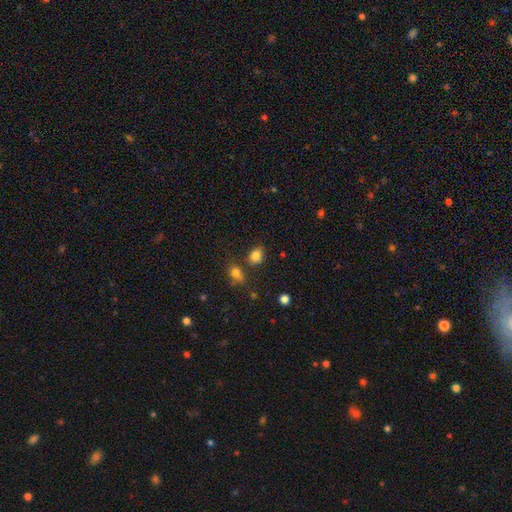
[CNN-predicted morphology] type=smooth (83%); roundness=round (58%); merging=none (77%).